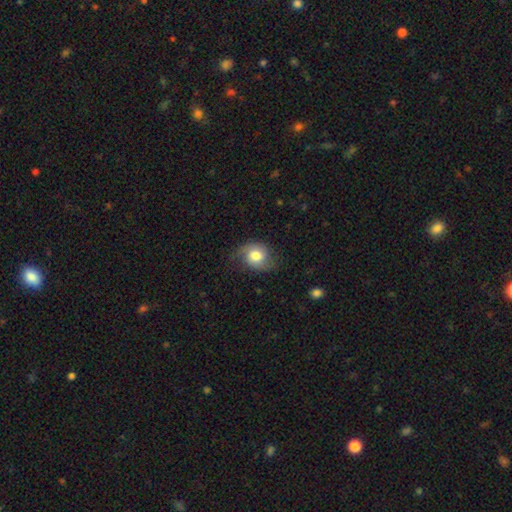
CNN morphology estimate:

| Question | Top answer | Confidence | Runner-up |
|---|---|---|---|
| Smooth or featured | smooth | 66% | featured or disk (26%) |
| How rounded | round | 54% | in between (45%) |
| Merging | none | 62% | minor disturbance (26%) |